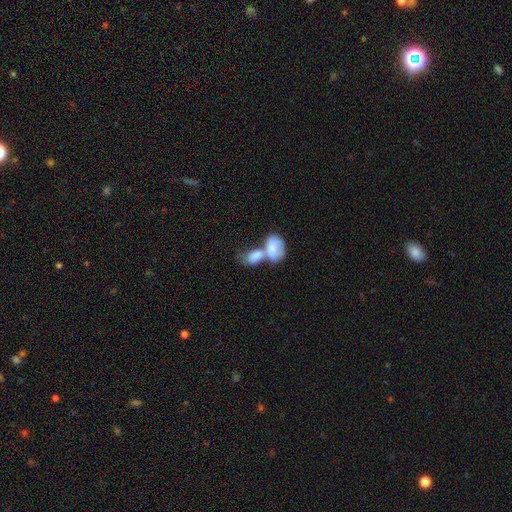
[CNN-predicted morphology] smooth-or-featured: smooth: 75% | featured or disk: 19% | star or artifact: 6%
  how-rounded: in between: 88% | round: 10% | cigar-shaped: 2%
  merging: merger: 73% | none: 13% | minor disturbance: 8% | major disturbance: 7%